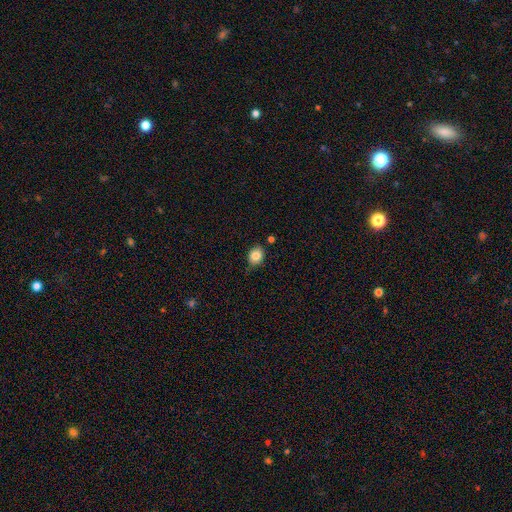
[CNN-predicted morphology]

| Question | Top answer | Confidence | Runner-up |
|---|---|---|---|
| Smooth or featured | smooth | 83% | star or artifact (9%) |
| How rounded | round | 58% | in between (41%) |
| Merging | none | 66% | minor disturbance (26%) |